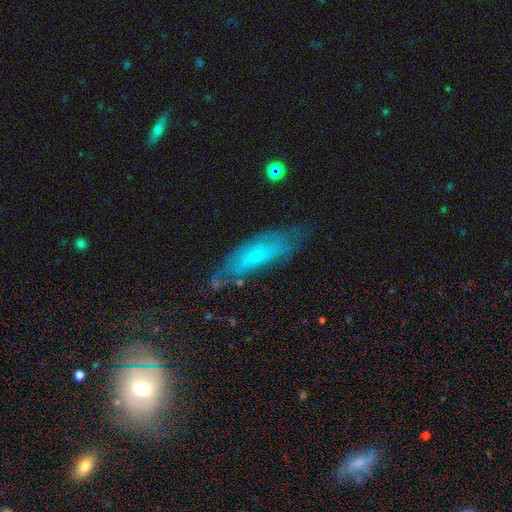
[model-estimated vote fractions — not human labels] smooth_or_featured: featured or disk (p=0.55) [alt: smooth p=0.37]
disk_edge_on: no (p=0.70) [alt: yes p=0.30]
merging: none (p=0.58) [alt: minor disturbance p=0.27]